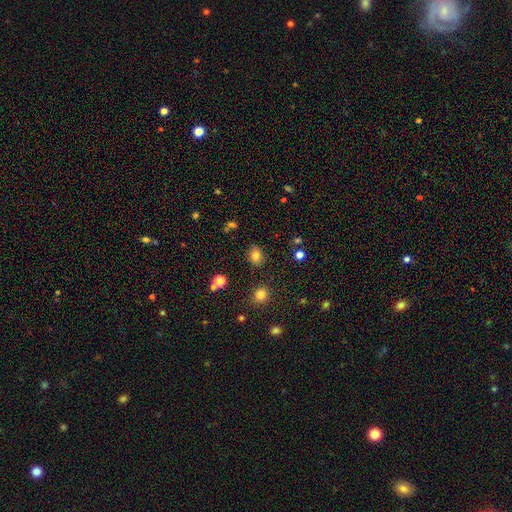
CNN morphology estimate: Smooth or featured? smooth (80%)
How rounded? in between (59%)
Merging? none (85%)